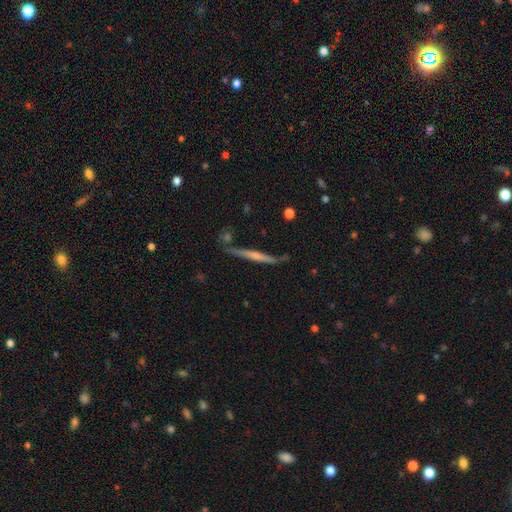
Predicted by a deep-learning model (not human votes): A featured or disk galaxy (62%) viewed edge-on (96%) with a rounded central bulge (47%).

Vote fractions:
- Smooth or featured? featured or disk: 62% / smooth: 32% / star or artifact: 6%
- Edge-on disk? yes: 96% / no: 4%
- Edge-on bulge? rounded: 47% / none: 42% / boxy: 11%
- Merging? none: 77% / minor disturbance: 14% / merger: 5% / major disturbance: 3%